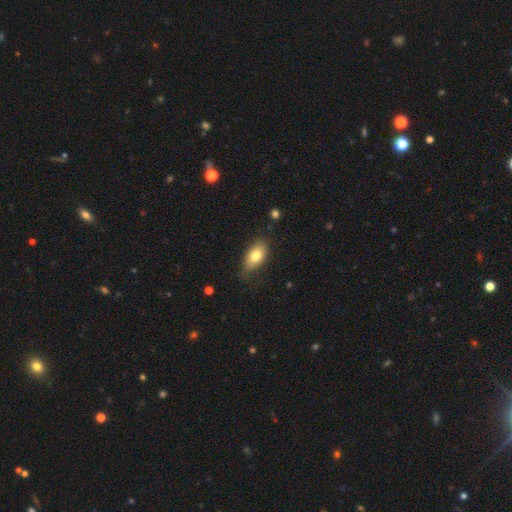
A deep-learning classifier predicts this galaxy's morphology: Smooth or featured?
  - smooth: 77% *
  - featured or disk: 15%
  - star or artifact: 7%
How rounded?
  - in between: 89% *
  - round: 6%
  - cigar-shaped: 5%
Merging?
  - none: 72% *
  - minor disturbance: 22%
  - major disturbance: 5%
  - merger: 1%